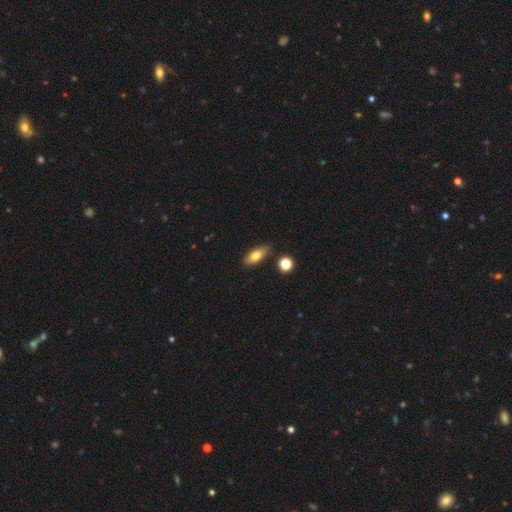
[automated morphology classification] Overall: smooth (71%). How rounded: in between (75%). Merging: none (80%).